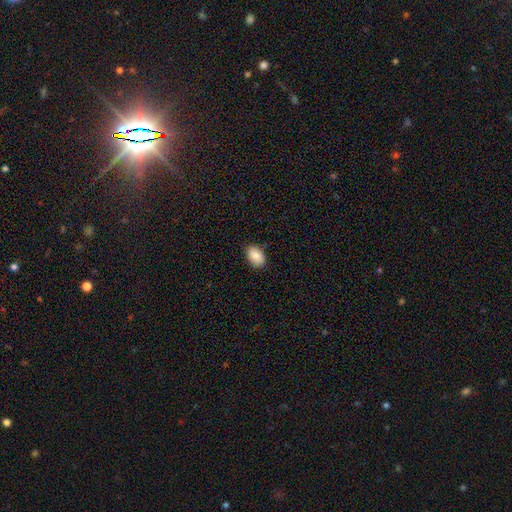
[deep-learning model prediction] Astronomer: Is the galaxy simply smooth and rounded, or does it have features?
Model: smooth — 86%.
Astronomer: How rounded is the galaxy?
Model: in between — 87%.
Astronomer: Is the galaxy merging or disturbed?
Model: none — 85%.